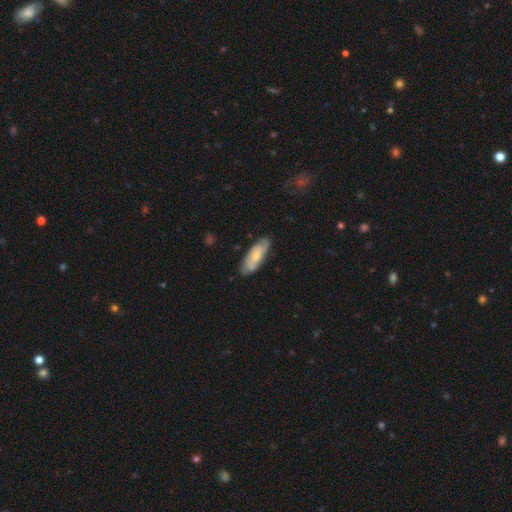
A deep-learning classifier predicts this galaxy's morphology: The model was most divided on "smooth or featured" (2-way tie): smooth: 47%, featured or disk: 47%, star or artifact: 6%. More confident: merging — none (76%).